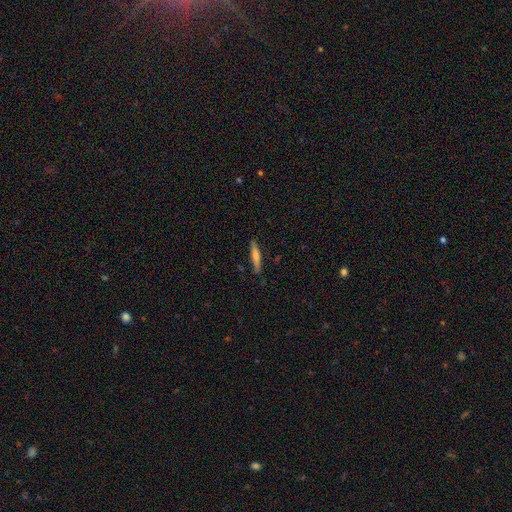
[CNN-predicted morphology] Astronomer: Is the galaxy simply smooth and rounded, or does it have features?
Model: smooth — 49% (runner-up: featured or disk, 45%).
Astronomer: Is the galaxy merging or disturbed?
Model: none — 88%.